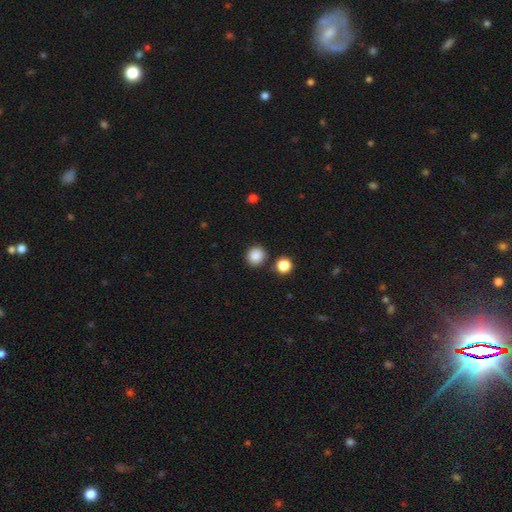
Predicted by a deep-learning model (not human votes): Smooth or featured?
  - smooth: 86% *
  - star or artifact: 10%
  - featured or disk: 3%
How rounded?
  - round: 90% *
  - in between: 9%
  - cigar-shaped: 1%
Merging?
  - none: 85% *
  - minor disturbance: 8%
  - merger: 5%
  - major disturbance: 3%